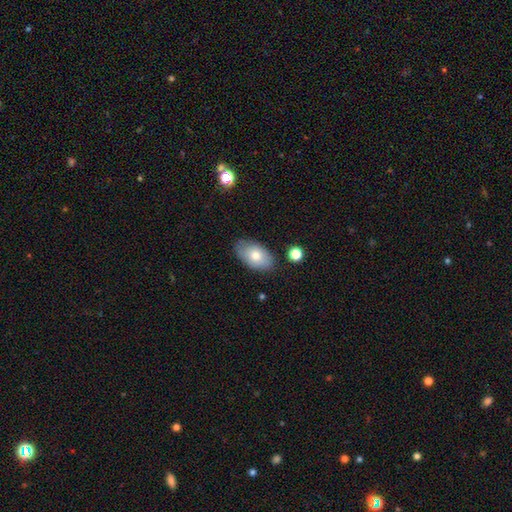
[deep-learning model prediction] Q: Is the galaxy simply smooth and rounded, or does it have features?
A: smooth — 74%.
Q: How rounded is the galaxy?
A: in between — 92%.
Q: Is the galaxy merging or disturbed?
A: none — 79%.